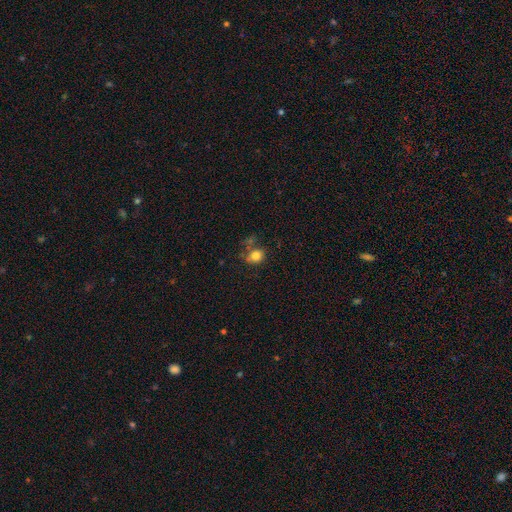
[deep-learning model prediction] A smooth galaxy with no disk features (80%) that is round (62%). Merging: none (53%).